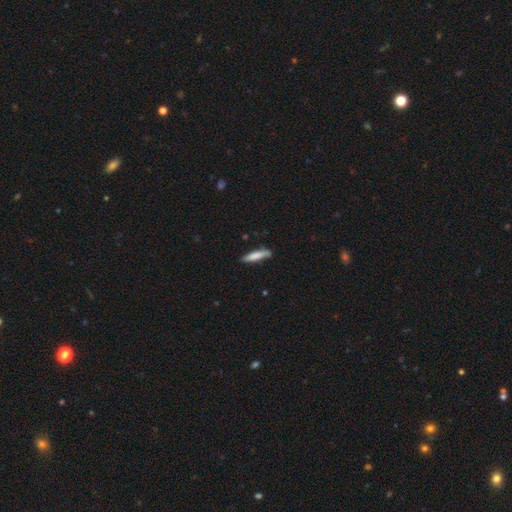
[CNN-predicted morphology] Smooth or featured? Predicted: smooth (p=0.79). How rounded? Predicted: cigar-shaped (p=0.81). Merging? Predicted: none (p=0.77).